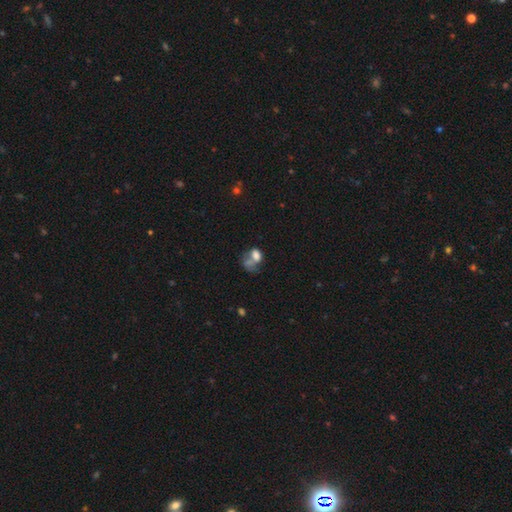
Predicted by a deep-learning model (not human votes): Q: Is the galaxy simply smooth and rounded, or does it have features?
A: smooth — 64%.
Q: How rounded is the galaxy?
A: in between — 69%.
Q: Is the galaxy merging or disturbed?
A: merger — 45%.